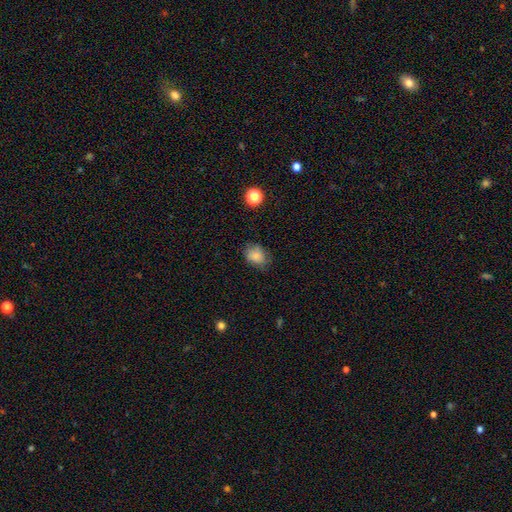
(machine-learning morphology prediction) A smooth galaxy with no disk features (80%) that is in between round and cigar-shaped (58%). Merging: none (70%).